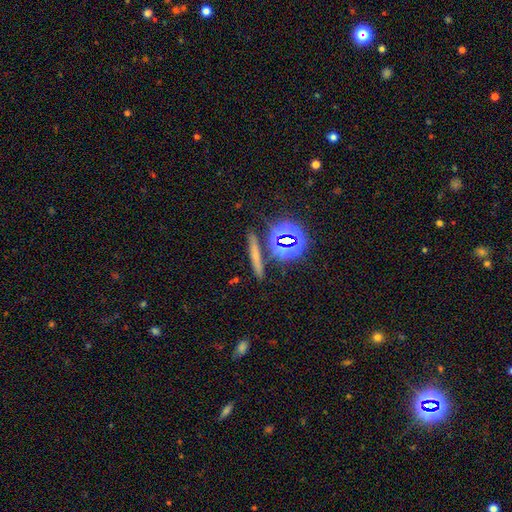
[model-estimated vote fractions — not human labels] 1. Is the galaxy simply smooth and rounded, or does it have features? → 46% smooth, 30% star or artifact, 24% featured or disk.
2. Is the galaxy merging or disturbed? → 82% none, 9% minor disturbance, 6% merger, 3% major disturbance.